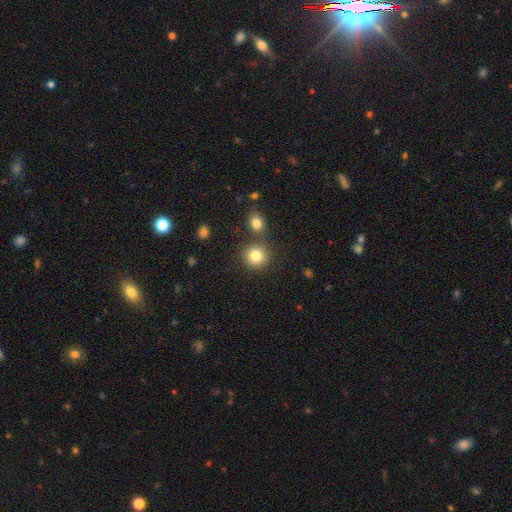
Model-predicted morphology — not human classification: Smooth or featured? Predicted: smooth (p=0.82). How rounded? Predicted: round (p=0.90). Merging? Predicted: none (p=0.75).